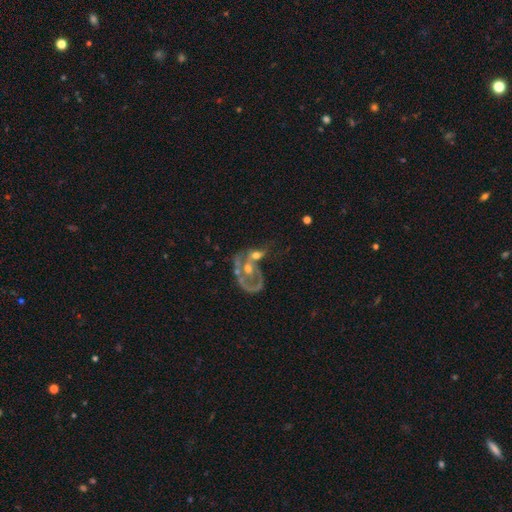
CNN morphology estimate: This is likely a featured or disk galaxy (69%). It is clearly not viewed edge-on (96%). Bar: clearly no (82%). Spiral arm pattern: possibly no (59%). Central bulge: possibly moderate (55%). Merging: possibly merger (57%).